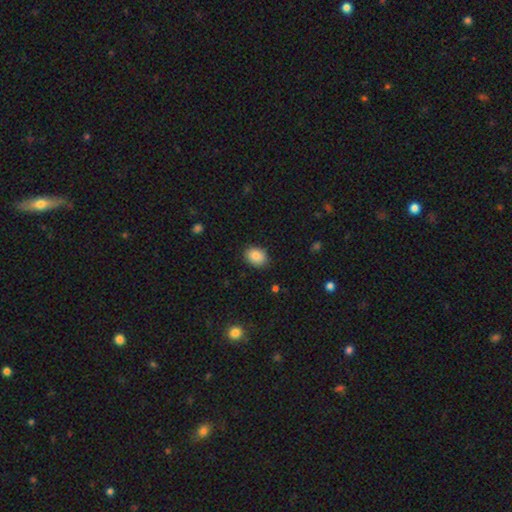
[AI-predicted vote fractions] A smooth galaxy with no disk features (86%) that is in between round and cigar-shaped (62%). Merging: none (84%).